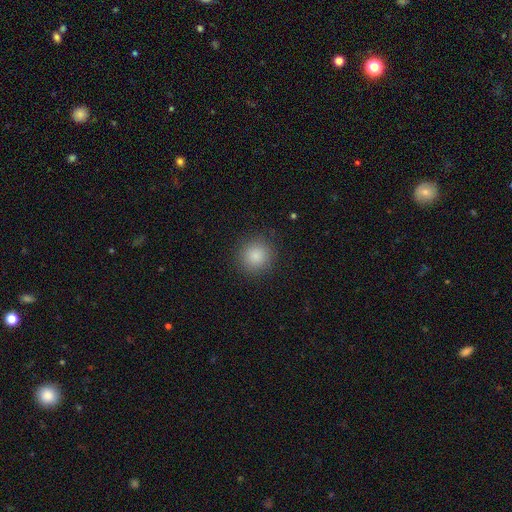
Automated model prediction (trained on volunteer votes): smooth_or_featured: smooth (p=0.86) [alt: star or artifact p=0.10]
how_rounded: round (p=0.93) [alt: in between p=0.06]
merging: none (p=0.89) [alt: minor disturbance p=0.07]